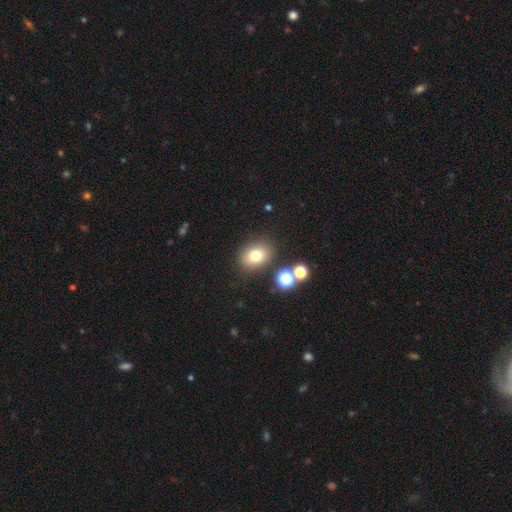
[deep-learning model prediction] smooth-or-featured: smooth: 76% | star or artifact: 13% | featured or disk: 10%
  how-rounded: in between: 55% | round: 44% | cigar-shaped: 1%
  merging: none: 82% | minor disturbance: 9% | merger: 5% | major disturbance: 3%